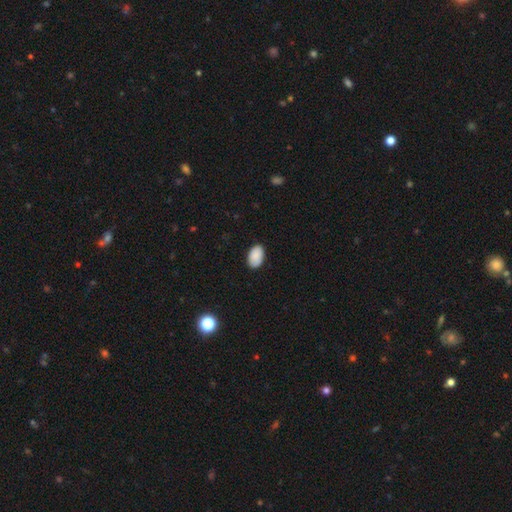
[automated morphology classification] Q: Smooth or featured?
A: smooth (89%); runner-up: star or artifact (7%)
Q: How rounded?
A: in between (93%); runner-up: round (6%)
Q: Merging?
A: none (84%); runner-up: minor disturbance (13%)